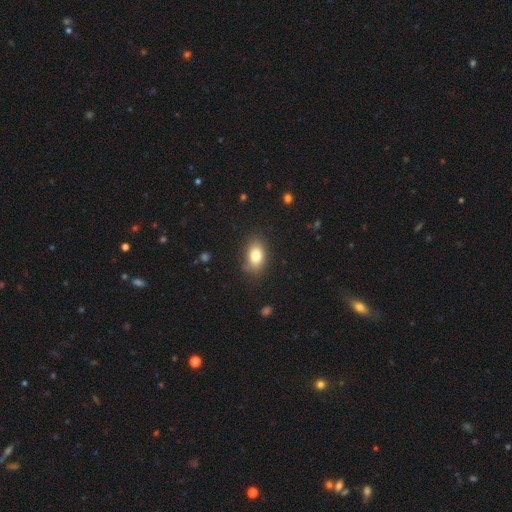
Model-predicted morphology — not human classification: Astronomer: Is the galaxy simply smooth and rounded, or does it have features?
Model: smooth — 80%.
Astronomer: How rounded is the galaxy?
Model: in between — 84%.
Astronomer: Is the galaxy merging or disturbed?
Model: none — 80%.